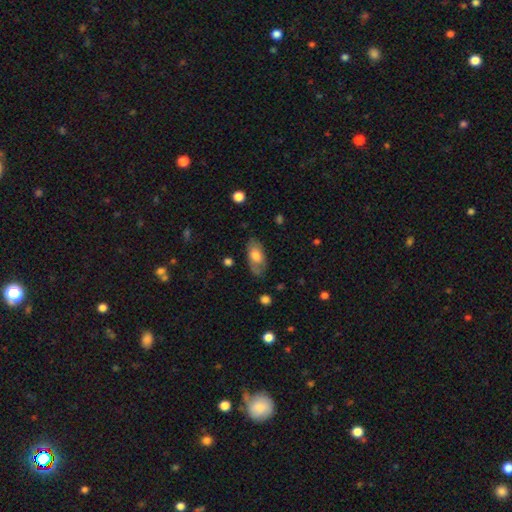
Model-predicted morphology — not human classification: The model was most divided on "smooth or featured": smooth: 66%, featured or disk: 28%, star or artifact: 7%. More confident: how rounded — in between (90%); merging — none (73%).